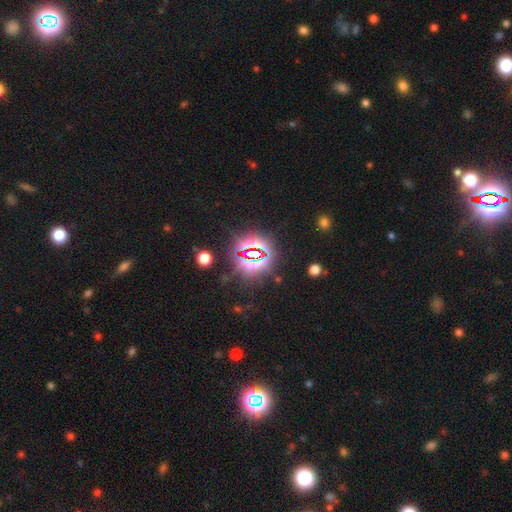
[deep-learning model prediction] The model was most divided on "smooth or featured": star or artifact: 79%, smooth: 13%, featured or disk: 8%.